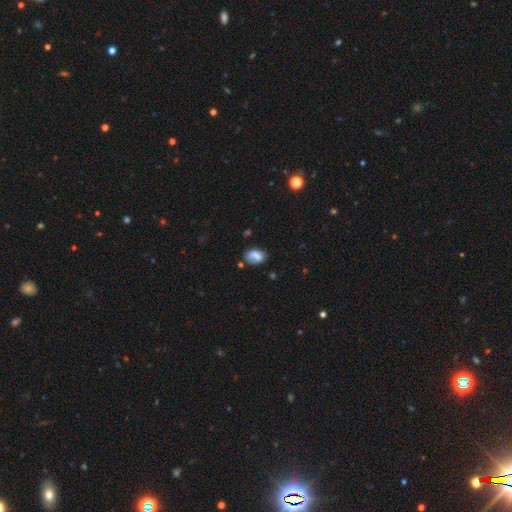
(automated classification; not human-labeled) This is likely a smooth galaxy (71%). How rounded: likely in between (77%). Merging: possibly none (54%).